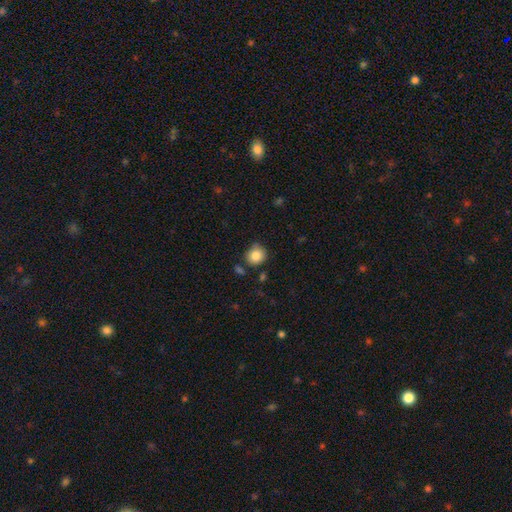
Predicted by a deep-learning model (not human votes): smooth 84%, star or artifact 10%, featured or disk 6%. Down the decision tree: how rounded — round (86%); merging — none (77%).